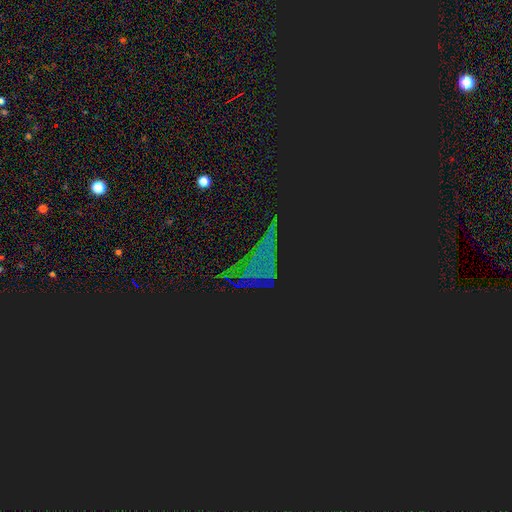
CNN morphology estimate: This appears to be a star or artifact, not a galaxy (71%).